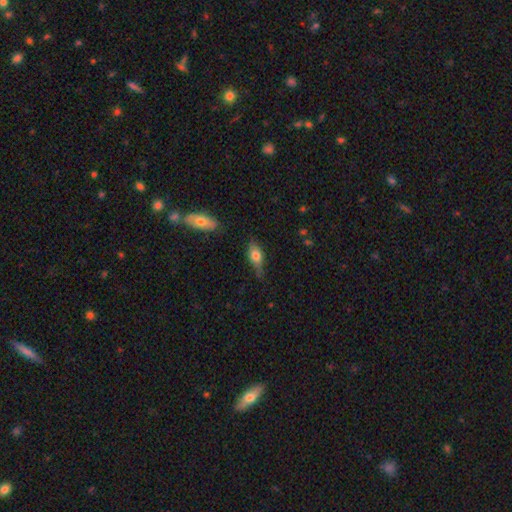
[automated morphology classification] A smooth galaxy with no disk features (60%) that is in between round and cigar-shaped (73%).

Vote fractions:
- Smooth or featured? smooth: 60% / featured or disk: 32% / star or artifact: 8%
- How rounded? in between: 73% / cigar-shaped: 20% / round: 6%
- Merging? none: 57% / minor disturbance: 31% / major disturbance: 9% / merger: 3%